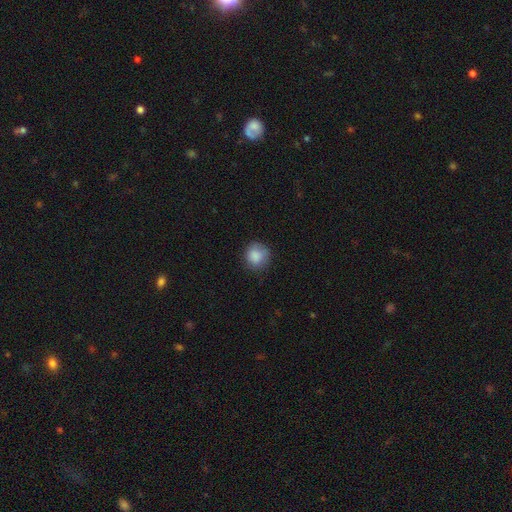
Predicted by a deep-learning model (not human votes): smooth 85%, star or artifact 8%, featured or disk 6%. Down the decision tree: how rounded — round (87%); merging — none (75%).